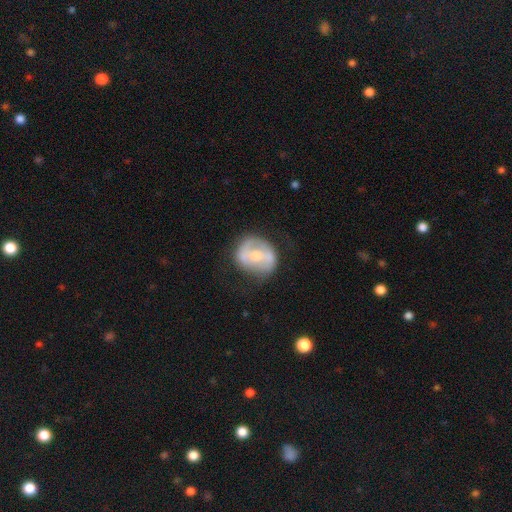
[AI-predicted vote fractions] Smooth or featured?
  - featured or disk: 62% *
  - smooth: 31%
  - star or artifact: 6%
Edge-on disk?
  - no: 95% *
  - yes: 5%
Bar?
  - weak: 38% *
  - no: 34%
  - strong: 28%
Spiral arms?
  - yes: 53% *
  - no: 47%
Bulge size?
  - moderate: 66% *
  - small: 27%
  - large: 4%
  - none: 1%
  - dominant: 1%
Merging?
  - none: 68% *
  - minor disturbance: 21%
  - major disturbance: 9%
  - merger: 2%